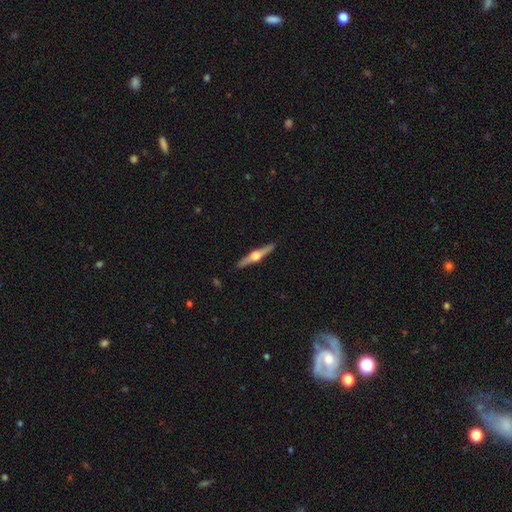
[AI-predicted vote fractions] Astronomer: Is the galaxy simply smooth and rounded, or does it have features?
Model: featured or disk — 75%.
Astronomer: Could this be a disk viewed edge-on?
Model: yes — 98%.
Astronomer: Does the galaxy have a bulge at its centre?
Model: rounded — 95%.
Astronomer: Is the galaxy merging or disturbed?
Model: none — 91%.